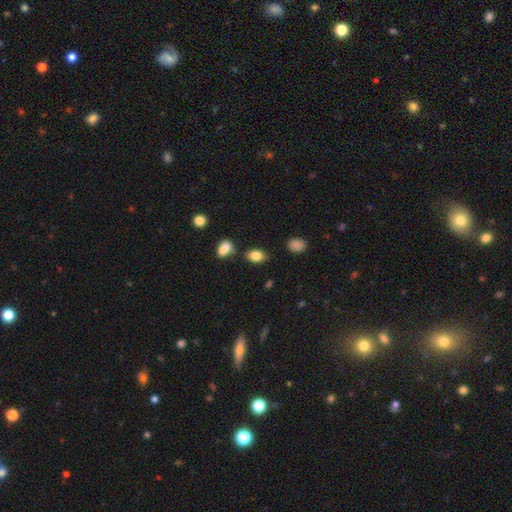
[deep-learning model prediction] Smooth or featured? smooth (84%)
How rounded? in between (84%)
Merging? none (77%)